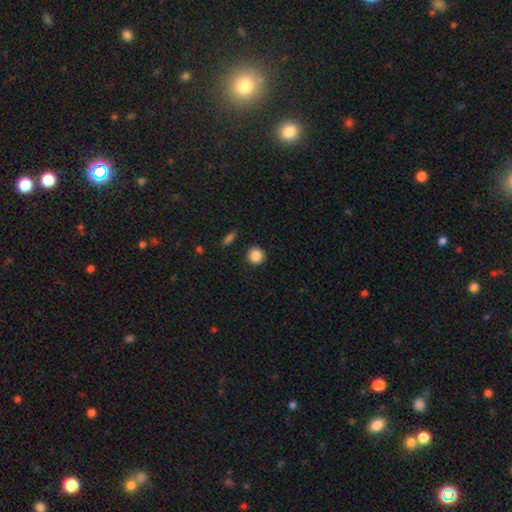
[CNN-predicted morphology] A smooth galaxy with no disk features (87%) that is round (91%). Merging: none (90%).